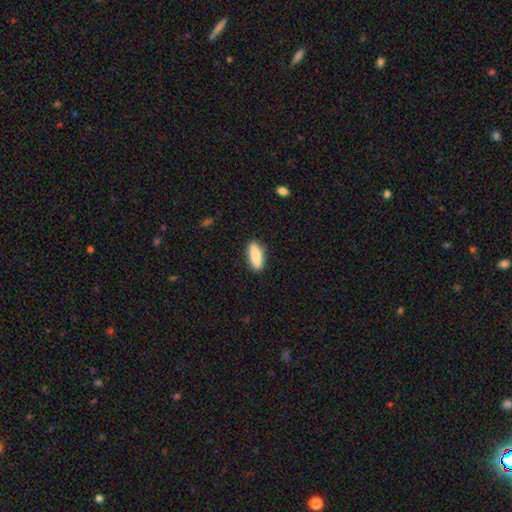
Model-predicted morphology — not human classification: A smooth galaxy with no disk features (83%) that is in between round and cigar-shaped (62%). Merging: none (87%).